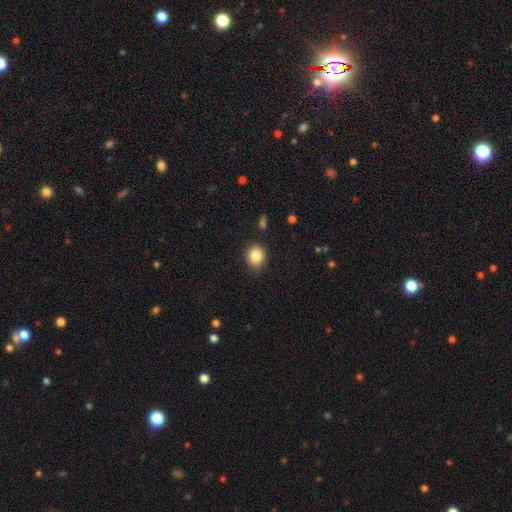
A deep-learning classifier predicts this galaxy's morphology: Q: Smooth or featured?
A: smooth (85%); runner-up: star or artifact (10%)
Q: How rounded?
A: round (71%); runner-up: in between (28%)
Q: Merging?
A: none (82%); runner-up: minor disturbance (13%)